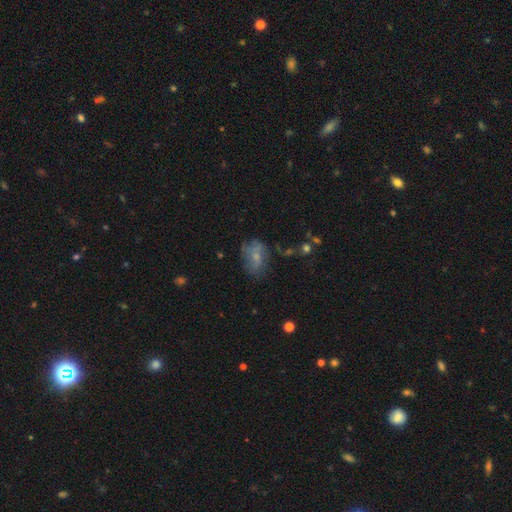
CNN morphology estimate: A smooth galaxy with no disk features (51%) that is in between round and cigar-shaped (75%). Merging: none (54%).